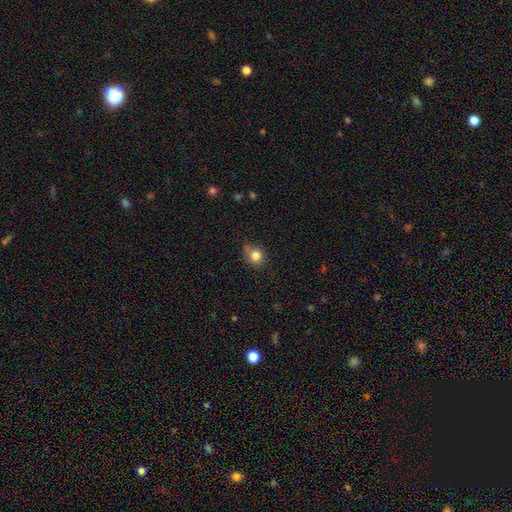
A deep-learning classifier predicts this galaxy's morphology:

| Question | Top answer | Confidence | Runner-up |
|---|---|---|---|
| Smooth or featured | smooth | 82% | star or artifact (11%) |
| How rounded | round | 75% | in between (24%) |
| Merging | none | 66% | minor disturbance (24%) |